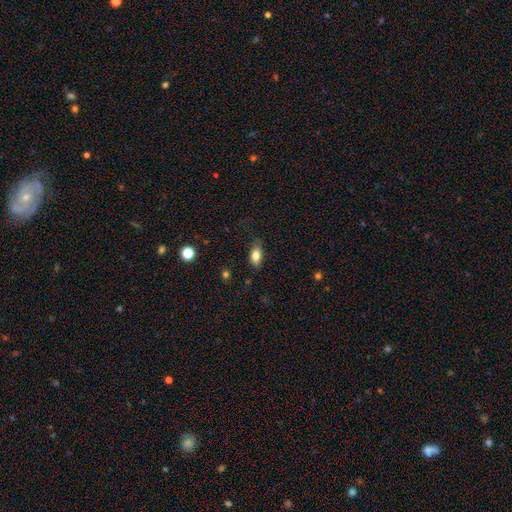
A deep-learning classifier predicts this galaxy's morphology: Q: Smooth or featured?
A: smooth (82%); runner-up: featured or disk (10%)
Q: How rounded?
A: in between (87%); runner-up: round (7%)
Q: Merging?
A: none (76%); runner-up: minor disturbance (18%)